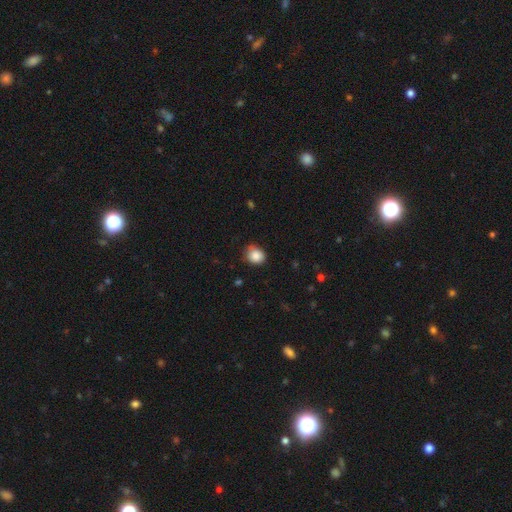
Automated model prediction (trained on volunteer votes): Smooth or featured? smooth (87%)
How rounded? round (73%)
Merging? none (71%)